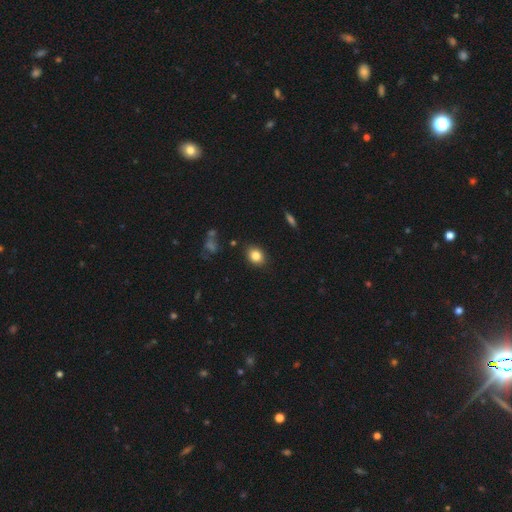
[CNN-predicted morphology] Smooth or featured: smooth — 84% (star or artifact — 9%)
How rounded: in between — 56% (round — 43%)
Merging: none — 86% (minor disturbance — 10%)